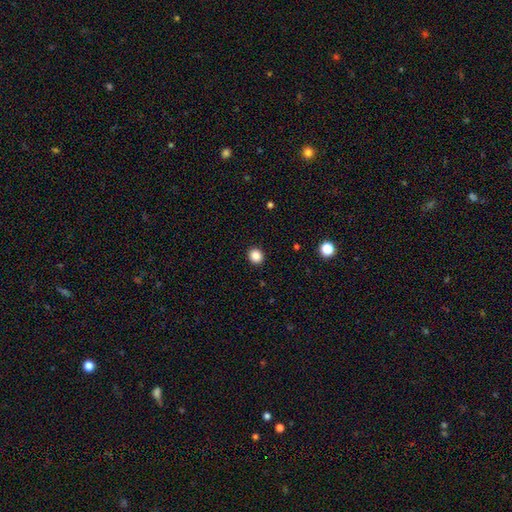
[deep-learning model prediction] This appears to be a smooth galaxy with no disk features (86%) that is round (84%). Merging: none (93%).